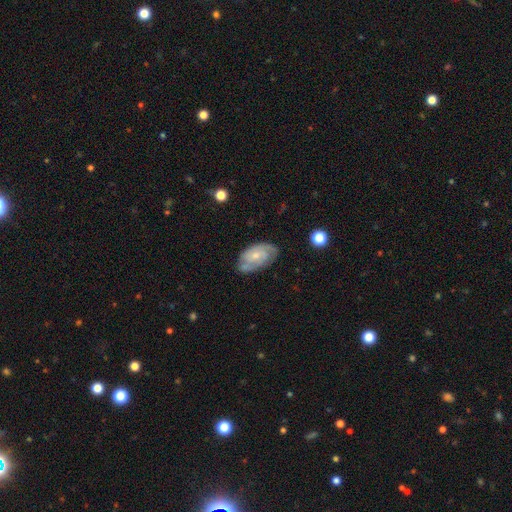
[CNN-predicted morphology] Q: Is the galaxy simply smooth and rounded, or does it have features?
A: featured or disk — 67%.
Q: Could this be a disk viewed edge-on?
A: no — 95%.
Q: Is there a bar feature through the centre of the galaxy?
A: no — 69%.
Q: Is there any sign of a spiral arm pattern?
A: yes — 87%.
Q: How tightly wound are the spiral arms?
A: tight — 55%.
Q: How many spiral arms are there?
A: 2 — 45%.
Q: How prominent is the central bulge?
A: small — 66%.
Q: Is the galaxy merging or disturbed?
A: none — 66%.